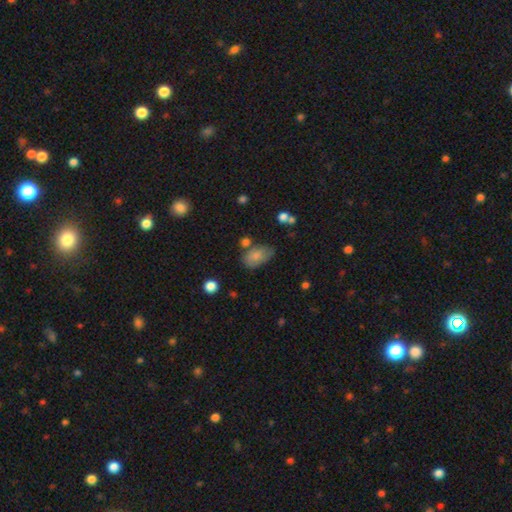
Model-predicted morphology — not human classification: Smooth or featured?
  - smooth: 77% *
  - featured or disk: 15%
  - star or artifact: 8%
How rounded?
  - in between: 90% *
  - round: 8%
  - cigar-shaped: 2%
Merging?
  - none: 55% *
  - minor disturbance: 28%
  - merger: 9%
  - major disturbance: 8%